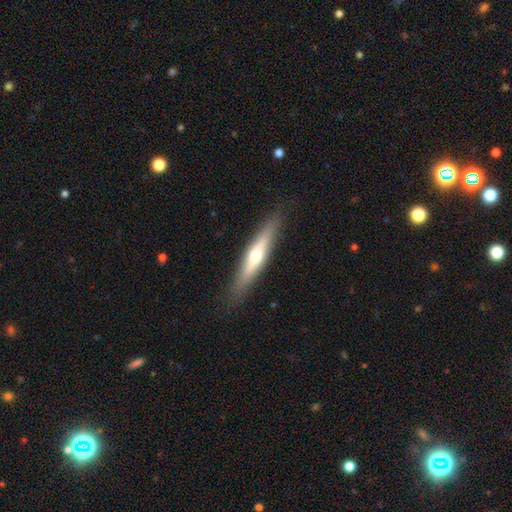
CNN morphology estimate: Smooth or featured: featured or disk — 50% (smooth — 44%)
Edge-on disk: yes — 91% (no — 9%)
Merging: none — 88% (minor disturbance — 9%)